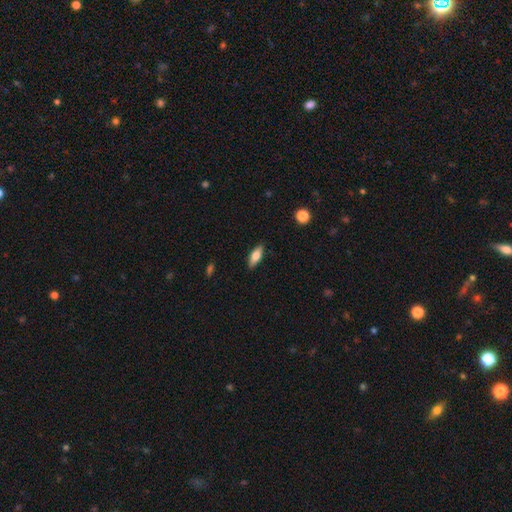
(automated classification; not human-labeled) A smooth galaxy with no disk features (67%) that is in between round and cigar-shaped (67%).

Vote fractions:
- Smooth or featured? smooth: 67% / featured or disk: 27% / star or artifact: 7%
- How rounded? in between: 67% / cigar-shaped: 31% / round: 3%
- Merging? none: 87% / minor disturbance: 10% / major disturbance: 2% / merger: 1%